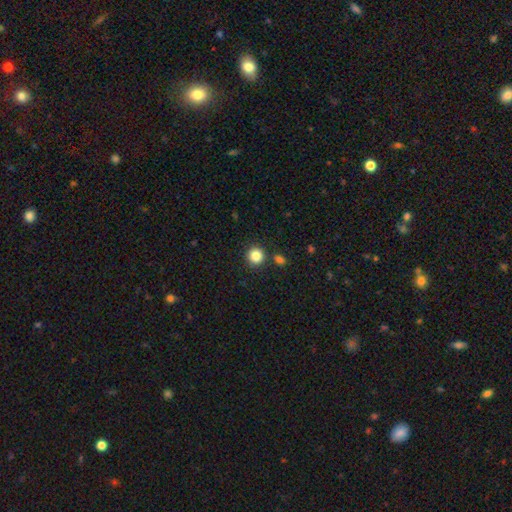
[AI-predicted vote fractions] Smooth or featured?
  - smooth: 85% *
  - star or artifact: 11%
  - featured or disk: 4%
How rounded?
  - round: 93% *
  - in between: 6%
  - cigar-shaped: 1%
Merging?
  - none: 86% *
  - minor disturbance: 6%
  - merger: 5%
  - major disturbance: 2%